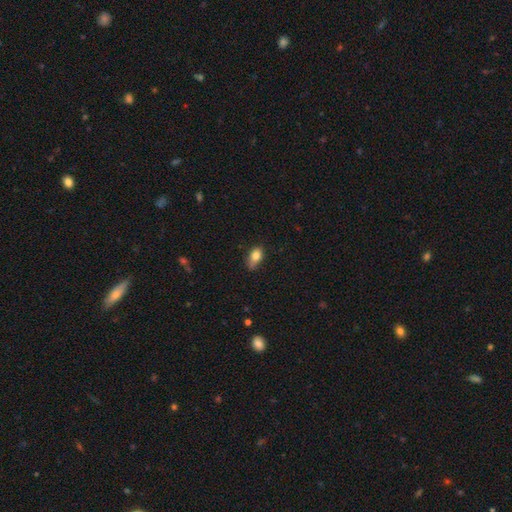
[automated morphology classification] smooth_or_featured: smooth (p=0.81) [alt: featured or disk p=0.10]
how_rounded: in between (p=0.85) [alt: round p=0.10]
merging: none (p=0.52) [alt: minor disturbance p=0.37]